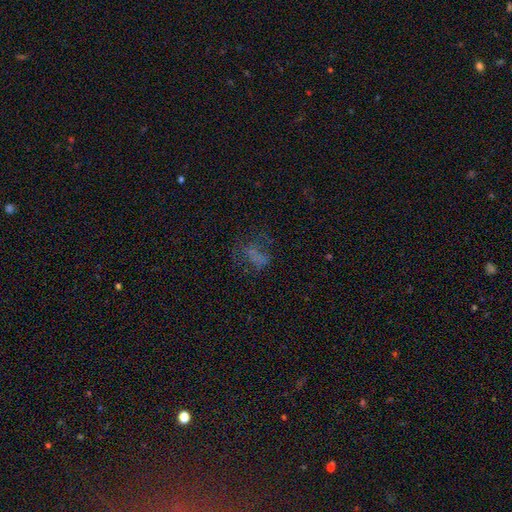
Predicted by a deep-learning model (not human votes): smooth_or_featured: smooth (p=0.40) [alt: featured or disk p=0.31]
merging: none (p=0.42) [alt: major disturbance p=0.35]